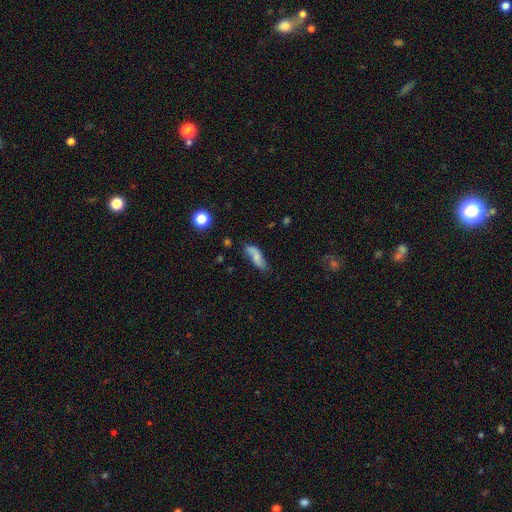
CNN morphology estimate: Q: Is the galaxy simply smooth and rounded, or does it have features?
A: smooth — 67%.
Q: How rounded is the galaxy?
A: in between — 61%.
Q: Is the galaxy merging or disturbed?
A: none — 57%.